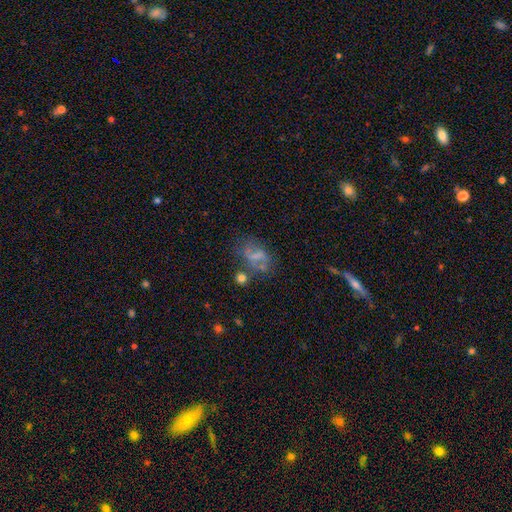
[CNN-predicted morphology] smooth_or_featured: featured or disk (p=0.44) [alt: smooth p=0.39]
merging: none (p=0.42) [alt: major disturbance p=0.24]